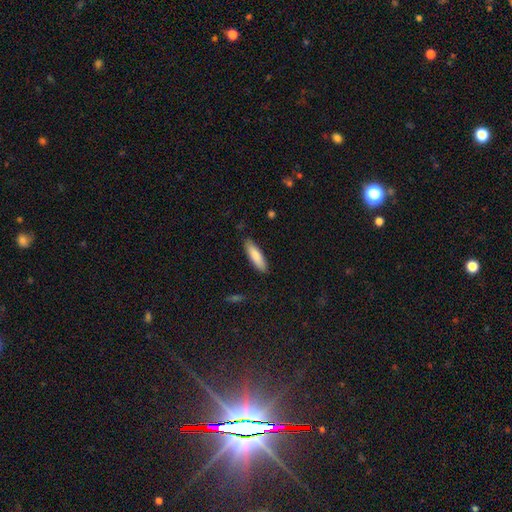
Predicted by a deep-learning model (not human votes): smooth 85%, featured or disk 10%, star or artifact 6%. Down the decision tree: how rounded — cigar-shaped (59%); merging — none (86%).